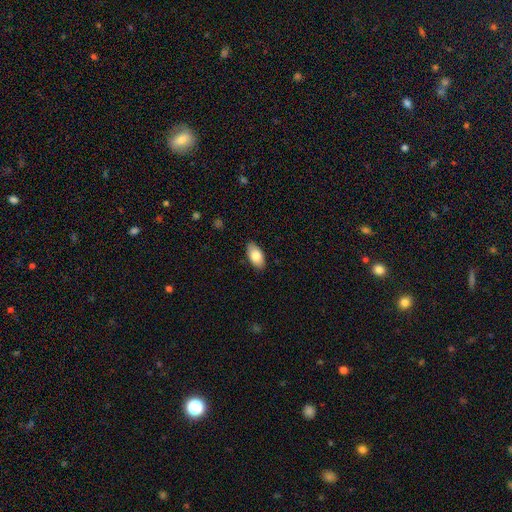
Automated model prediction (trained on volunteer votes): A smooth galaxy with no disk features (82%) that is in between round and cigar-shaped (94%).

Vote fractions:
- Smooth or featured? smooth: 82% / featured or disk: 12% / star or artifact: 6%
- How rounded? in between: 94% / round: 3% / cigar-shaped: 3%
- Merging? none: 87% / minor disturbance: 10% / major disturbance: 2% / merger: 1%